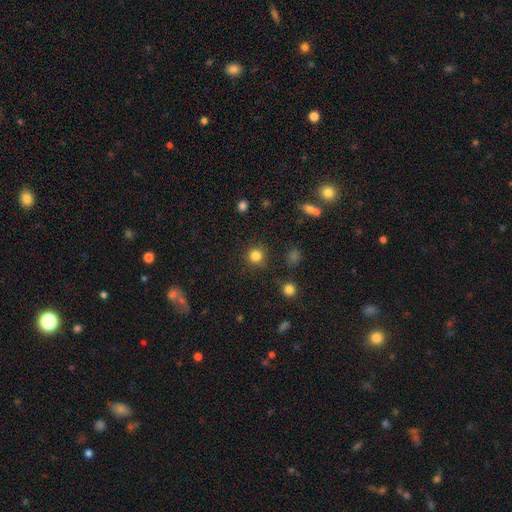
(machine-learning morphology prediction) Smooth or featured?
  - smooth: 82% *
  - star or artifact: 13%
  - featured or disk: 5%
How rounded?
  - round: 94% *
  - in between: 5%
  - cigar-shaped: 1%
Merging?
  - none: 88% *
  - minor disturbance: 7%
  - major disturbance: 3%
  - merger: 2%